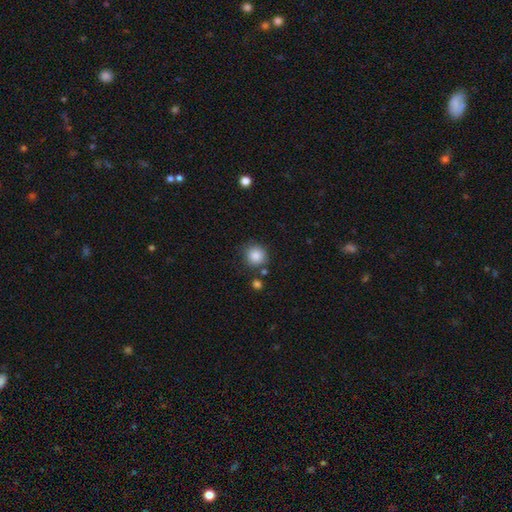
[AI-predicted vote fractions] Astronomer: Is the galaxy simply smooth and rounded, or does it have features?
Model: smooth — 86%.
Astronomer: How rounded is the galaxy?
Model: round — 91%.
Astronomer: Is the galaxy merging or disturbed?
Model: none — 78%.